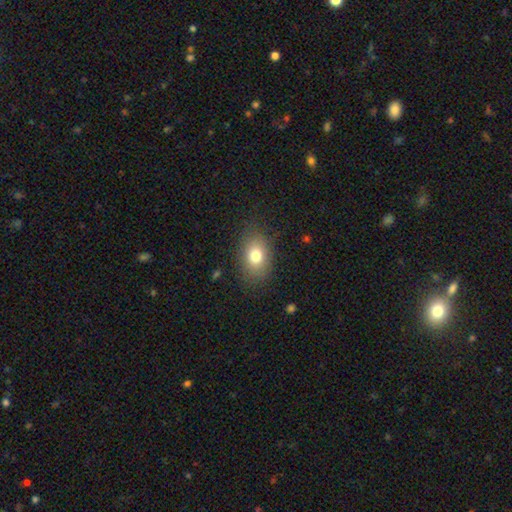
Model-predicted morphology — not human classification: This is likely a smooth galaxy (78%). How rounded: likely in between (77%). Merging: clearly none (81%).